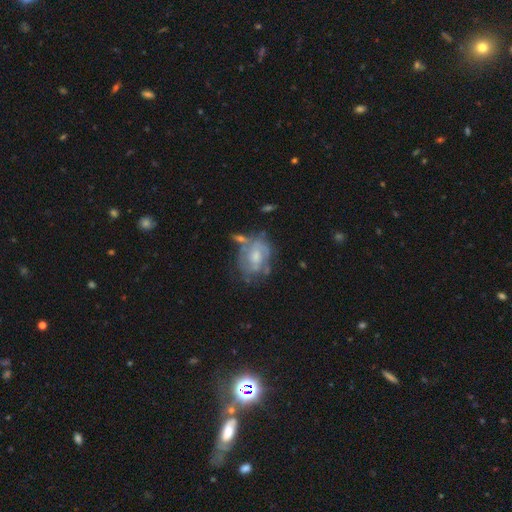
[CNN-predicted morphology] Smooth or featured? Predicted: featured or disk (p=0.65). Edge-on disk? Predicted: no (p=0.97). Bar? Predicted: no (p=0.63). Spiral arms? Predicted: yes (p=0.62). Bulge size? Predicted: moderate (p=0.54). Merging? Predicted: none (p=0.47).